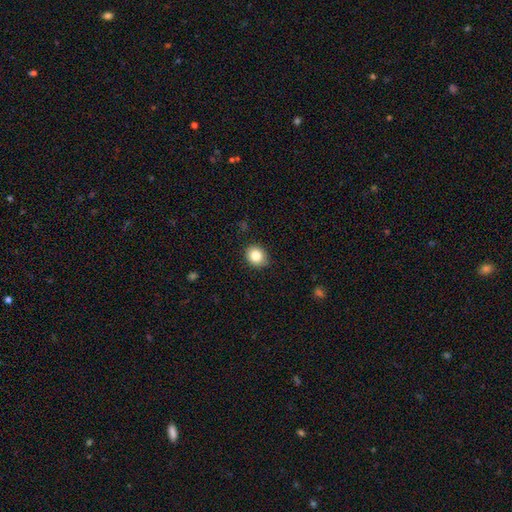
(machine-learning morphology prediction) Smooth or featured: smooth — 84% (star or artifact — 10%)
How rounded: round — 65% (in between — 34%)
Merging: none — 88% (minor disturbance — 9%)